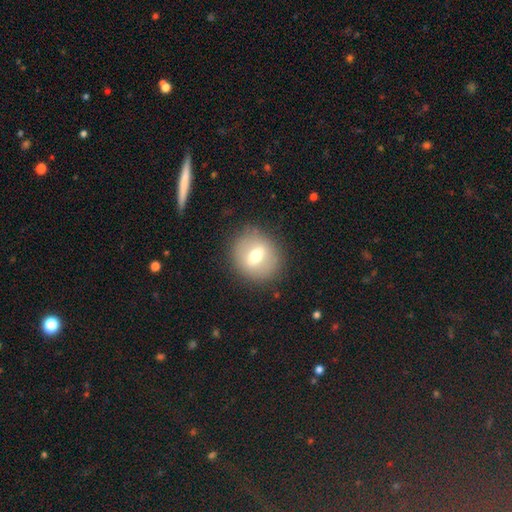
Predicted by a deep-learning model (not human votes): The model was most divided on "smooth or featured": smooth: 50%, featured or disk: 40%, star or artifact: 9%. More confident: merging — none (84%); how rounded — round (79%).